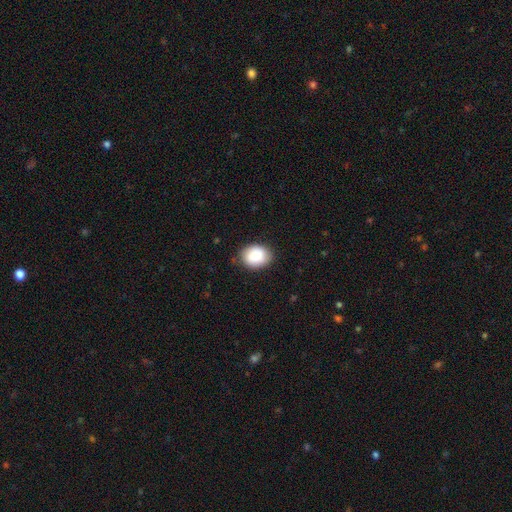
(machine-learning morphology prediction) smooth_or_featured: smooth (p=0.85) [alt: featured or disk p=0.08]
how_rounded: in between (p=0.56) [alt: round p=0.43]
merging: none (p=0.82) [alt: minor disturbance p=0.14]